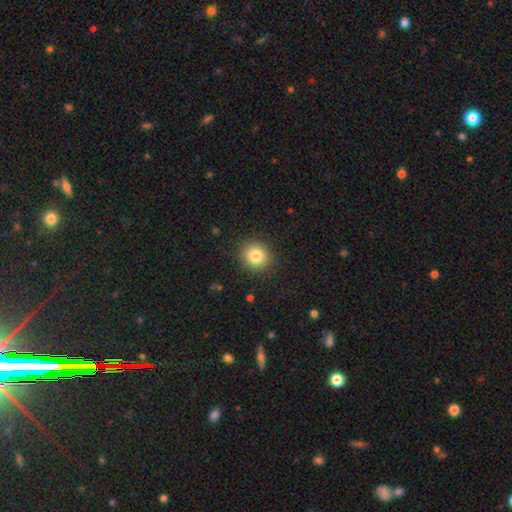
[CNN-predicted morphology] smooth_or_featured: smooth (p=0.83) [alt: star or artifact p=0.10]
how_rounded: round (p=0.84) [alt: in between p=0.16]
merging: none (p=0.89) [alt: minor disturbance p=0.07]